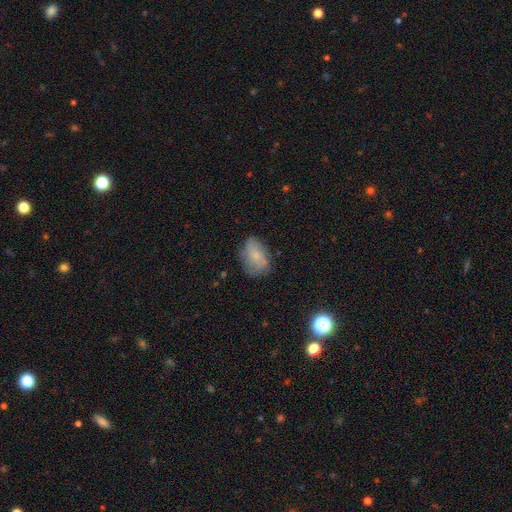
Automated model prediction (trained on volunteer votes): Smooth or featured: smooth — 67% (featured or disk — 24%)
How rounded: in between — 83% (round — 15%)
Merging: none — 63% (minor disturbance — 27%)